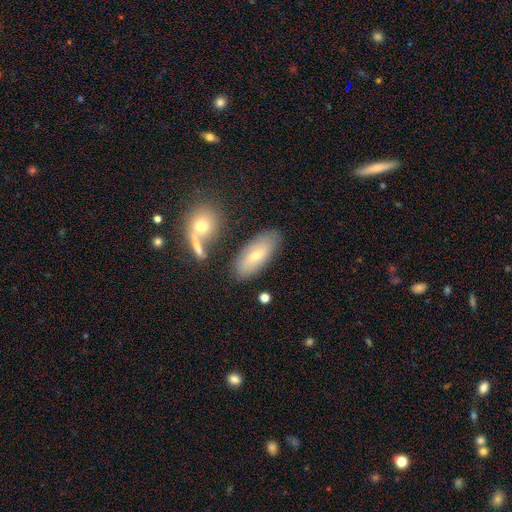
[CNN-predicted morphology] The model was most divided on "smooth or featured": smooth: 64%, featured or disk: 29%, star or artifact: 7%. More confident: how rounded — in between (78%); merging — none (78%).